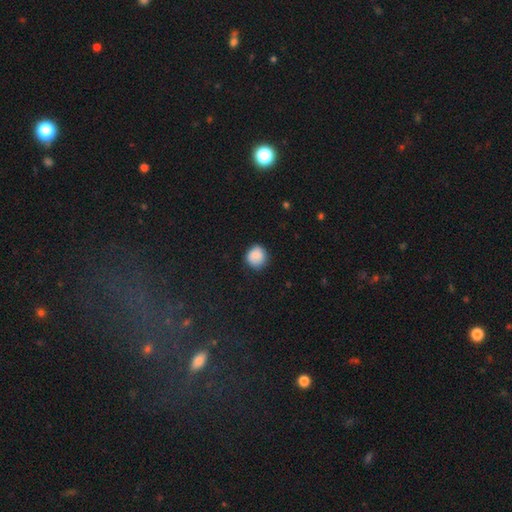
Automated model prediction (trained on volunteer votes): A smooth galaxy with no disk features (85%) that is round (87%).

Vote fractions:
- Smooth or featured? smooth: 85% / star or artifact: 9% / featured or disk: 6%
- How rounded? round: 87% / in between: 12% / cigar-shaped: 1%
- Merging? none: 79% / minor disturbance: 16% / major disturbance: 3% / merger: 1%